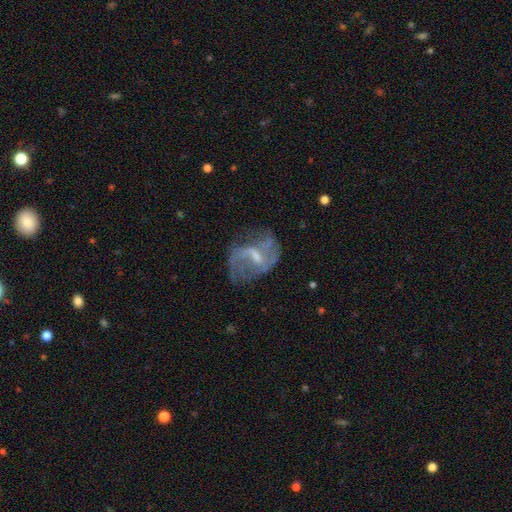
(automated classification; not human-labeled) smooth-or-featured: featured or disk: 78% | smooth: 14% | star or artifact: 8%
  disk-edge-on: no: 97% | yes: 3%
    bar: weak: 58% | no: 24% | strong: 18%
    has-spiral-arms: yes: 83% | no: 17%
      spiral-winding: loose: 53% | medium: 36% | tight: 11%
      spiral-arm-count: 2: 64% | can't tell: 17% | 1: 8% | 3: 6% | 4: 2% | more than 4: 2%
    bulge-size: small: 44% | moderate: 35% | none: 17% | large: 2% | dominant: 1%
  merging: none: 48% | major disturbance: 26% | minor disturbance: 23% | merger: 3%